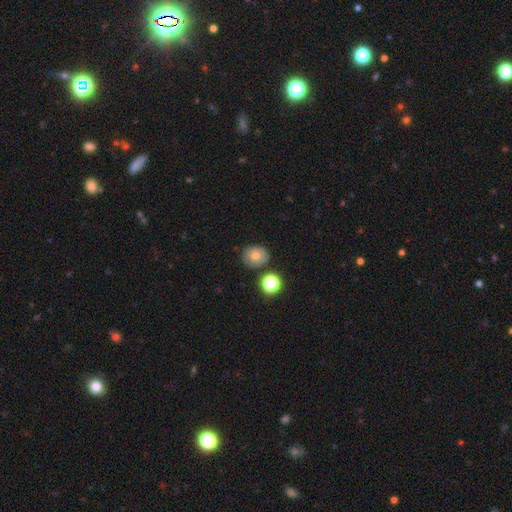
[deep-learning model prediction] smooth_or_featured: smooth (p=0.73) [alt: featured or disk p=0.15]
how_rounded: round (p=0.68) [alt: in between p=0.31]
merging: none (p=0.76) [alt: minor disturbance p=0.13]